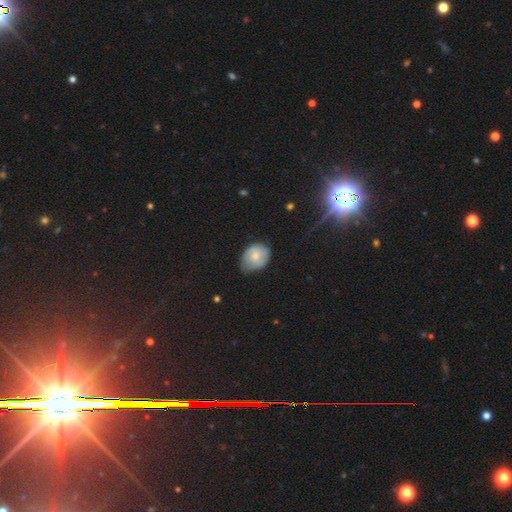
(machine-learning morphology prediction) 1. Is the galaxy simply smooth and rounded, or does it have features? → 63% smooth, 28% featured or disk, 8% star or artifact.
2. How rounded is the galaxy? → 64% in between, 35% round, 1% cigar-shaped.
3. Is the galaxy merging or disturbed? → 55% none, 37% minor disturbance, 7% major disturbance, 1% merger.